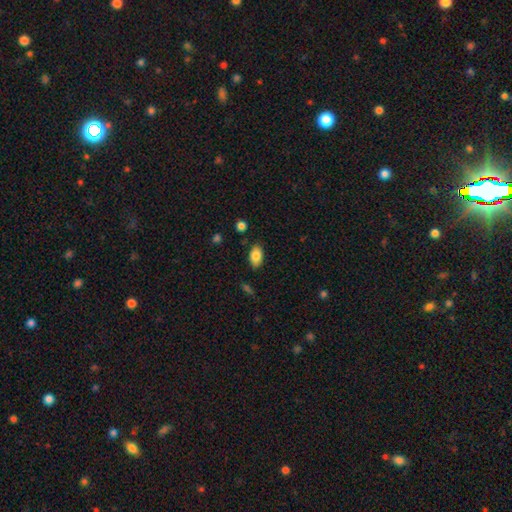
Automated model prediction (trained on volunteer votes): Smooth or featured: smooth — 84% (featured or disk — 9%)
How rounded: in between — 91% (round — 7%)
Merging: none — 84% (minor disturbance — 12%)